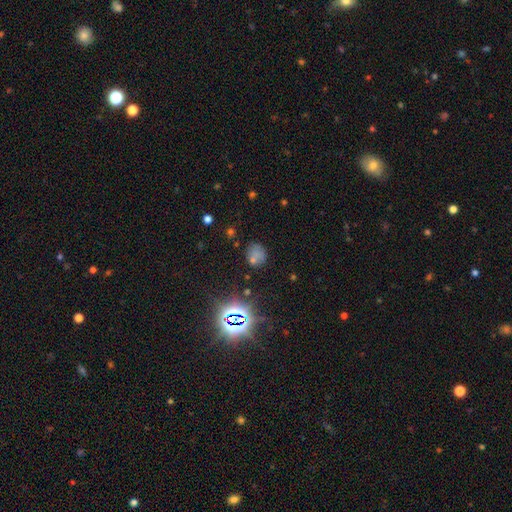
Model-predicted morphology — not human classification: A smooth galaxy with no disk features (60%) that is round (67%). Merging: none (64%).